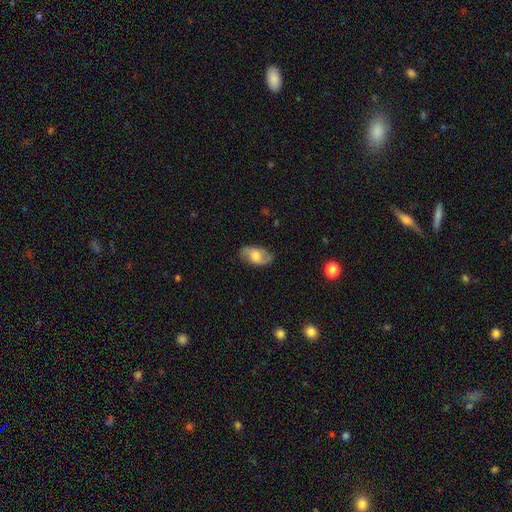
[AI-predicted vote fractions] smooth 50%, featured or disk 43%, star or artifact 7%. Down the decision tree: merging — none (76%).